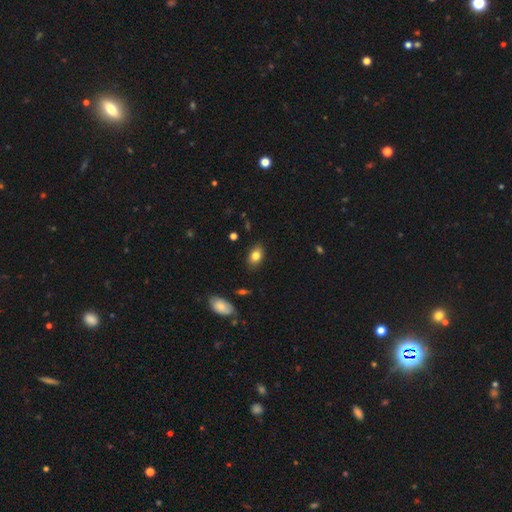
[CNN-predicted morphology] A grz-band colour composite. It shows a smooth galaxy with no disk features (81%) that is in between round and cigar-shaped (85%). Merging: none (85%).